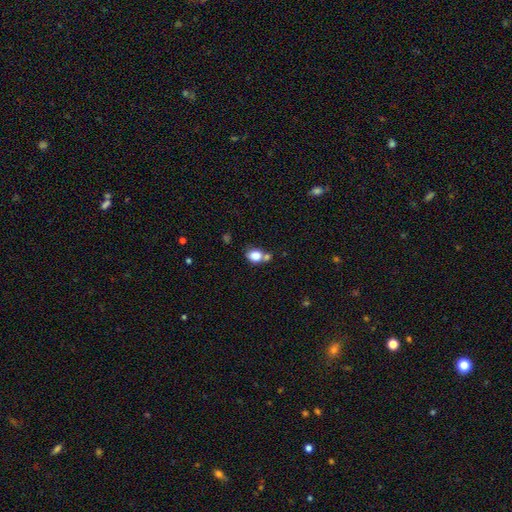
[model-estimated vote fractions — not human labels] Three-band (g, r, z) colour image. It shows a smooth galaxy with no disk features (82%) that is in between round and cigar-shaped (53%). Merging: none (44%).